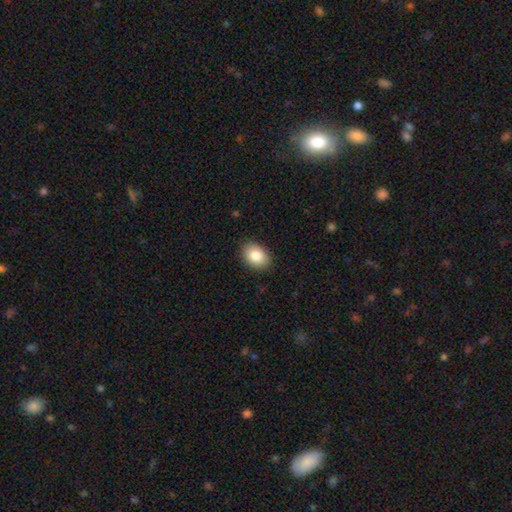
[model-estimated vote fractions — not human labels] smooth_or_featured: smooth (p=0.86) [alt: star or artifact p=0.07]
how_rounded: in between (p=0.74) [alt: round p=0.25]
merging: none (p=0.89) [alt: minor disturbance p=0.08]